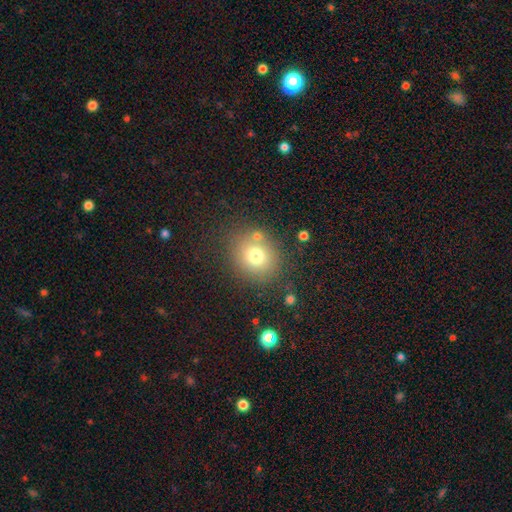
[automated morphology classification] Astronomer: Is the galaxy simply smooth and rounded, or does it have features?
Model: smooth — 73%.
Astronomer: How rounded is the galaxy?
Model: round — 79%.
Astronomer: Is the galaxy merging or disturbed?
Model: none — 76%.